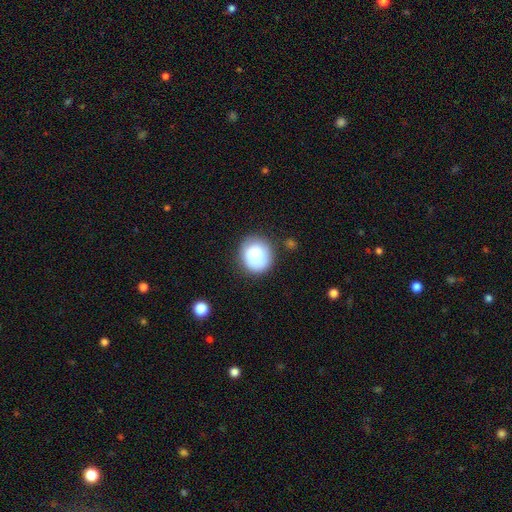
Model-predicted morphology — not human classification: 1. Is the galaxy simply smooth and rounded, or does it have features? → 83% smooth, 9% featured or disk, 8% star or artifact.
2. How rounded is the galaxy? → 82% round, 17% in between, 1% cigar-shaped.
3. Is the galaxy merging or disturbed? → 80% none, 13% minor disturbance, 4% major disturbance, 3% merger.